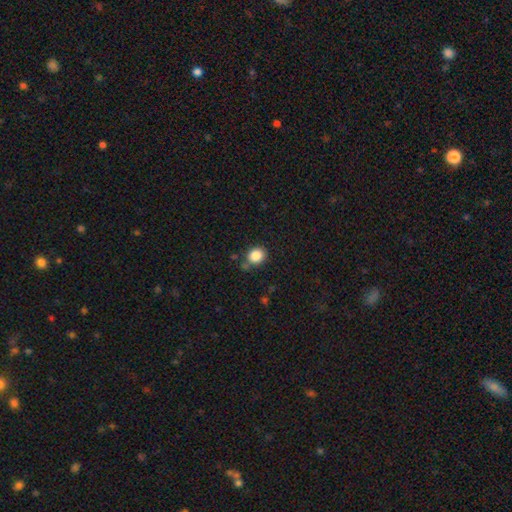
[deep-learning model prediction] Q: Smooth or featured?
A: smooth (86%); runner-up: star or artifact (10%)
Q: How rounded?
A: round (71%); runner-up: in between (28%)
Q: Merging?
A: none (75%); runner-up: minor disturbance (14%)